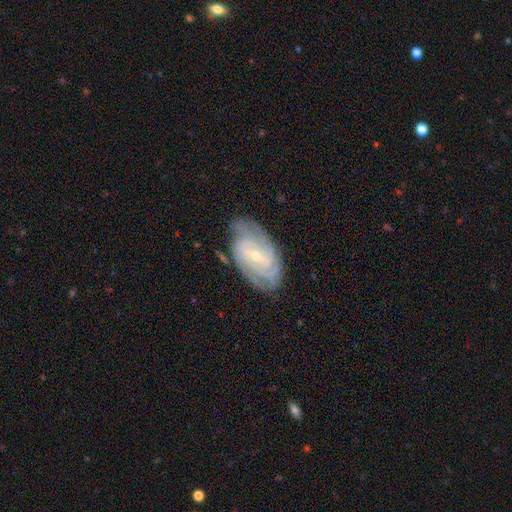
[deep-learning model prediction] Smooth or featured?
  - featured or disk: 88% *
  - smooth: 7%
  - star or artifact: 5%
Edge-on disk?
  - no: 96% *
  - yes: 4%
Bar?
  - weak: 46% *
  - no: 28%
  - strong: 26%
Spiral arms?
  - yes: 97% *
  - no: 3%
Spiral winding?
  - tight: 70% *
  - medium: 25%
  - loose: 4%
Spiral arm count?
  - 4: 26% *
  - 3: 22%
  - can't tell: 22%
  - 2: 18%
  - more than 4: 7%
  - 1: 5%
Bulge size?
  - small: 69% *
  - moderate: 28%
  - large: 1%
  - none: 1%
  - dominant: 1%
Merging?
  - none: 78% *
  - minor disturbance: 17%
  - major disturbance: 4%
  - merger: 1%